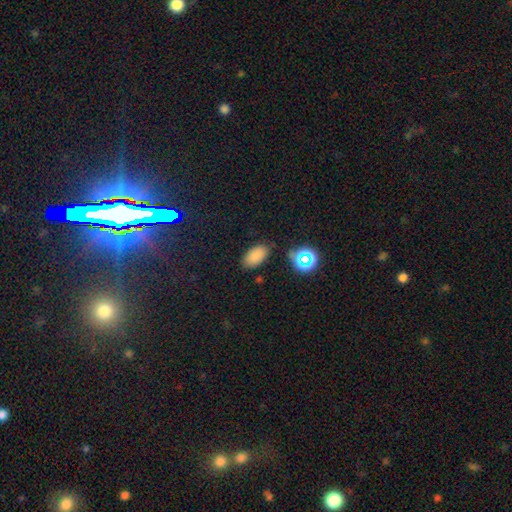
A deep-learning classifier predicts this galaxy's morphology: A smooth galaxy with no disk features (80%) that is in between round and cigar-shaped (93%).

Vote fractions:
- Smooth or featured? smooth: 80% / star or artifact: 15% / featured or disk: 5%
- How rounded? in between: 93% / round: 5% / cigar-shaped: 2%
- Merging? none: 80% / minor disturbance: 14% / major disturbance: 4% / merger: 3%